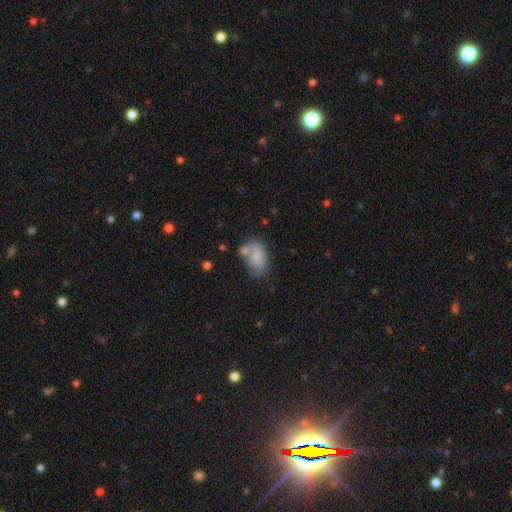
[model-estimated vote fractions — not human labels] smooth-or-featured: smooth: 77% | featured or disk: 14% | star or artifact: 9%
  how-rounded: in between: 88% | round: 10% | cigar-shaped: 2%
  merging: none: 41% | minor disturbance: 24% | merger: 24% | major disturbance: 12%